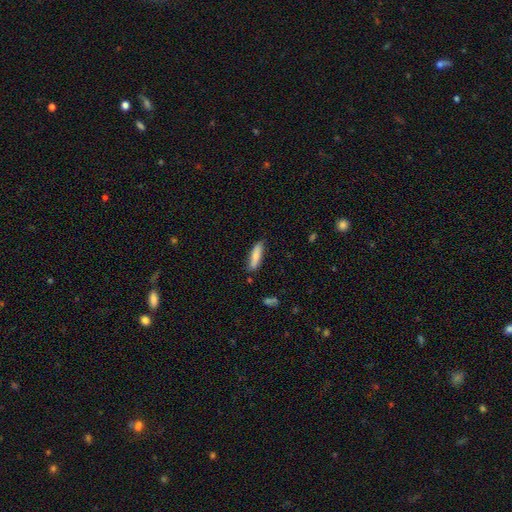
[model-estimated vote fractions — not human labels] Smooth or featured: smooth — 78% (featured or disk — 16%)
How rounded: cigar-shaped — 68% (in between — 31%)
Merging: none — 80% (minor disturbance — 15%)